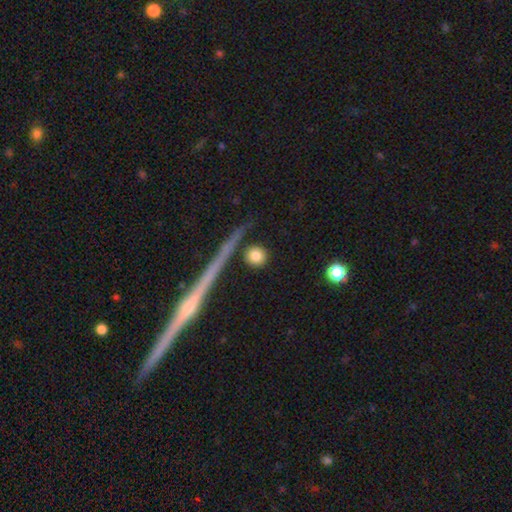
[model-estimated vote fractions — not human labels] Smooth or featured: smooth — 81% (featured or disk — 10%)
How rounded: round — 92% (in between — 5%)
Merging: none — 86% (minor disturbance — 7%)